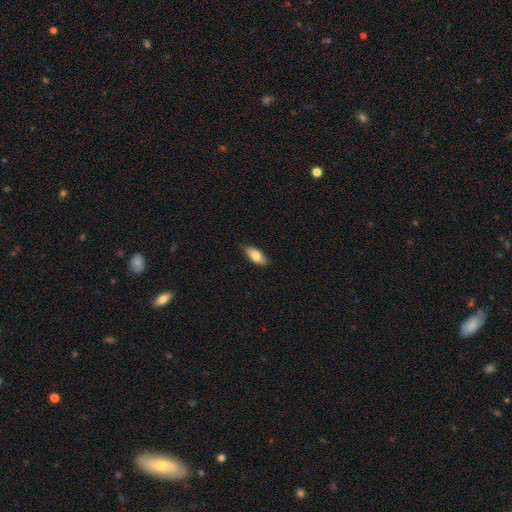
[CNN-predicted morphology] A smooth galaxy with no disk features (77%) that is in between round and cigar-shaped (82%).

Vote fractions:
- Smooth or featured? smooth: 77% / featured or disk: 17% / star or artifact: 6%
- How rounded? in between: 82% / cigar-shaped: 15% / round: 2%
- Merging? none: 80% / minor disturbance: 16% / major disturbance: 2% / merger: 1%